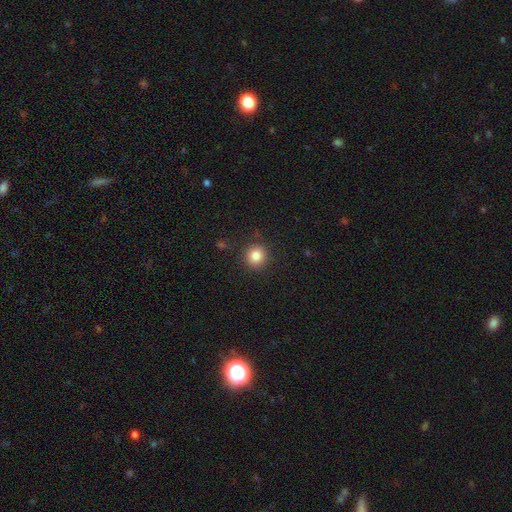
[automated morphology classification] Smooth or featured? Predicted: smooth (p=0.84). How rounded? Predicted: round (p=0.90). Merging? Predicted: none (p=0.89).